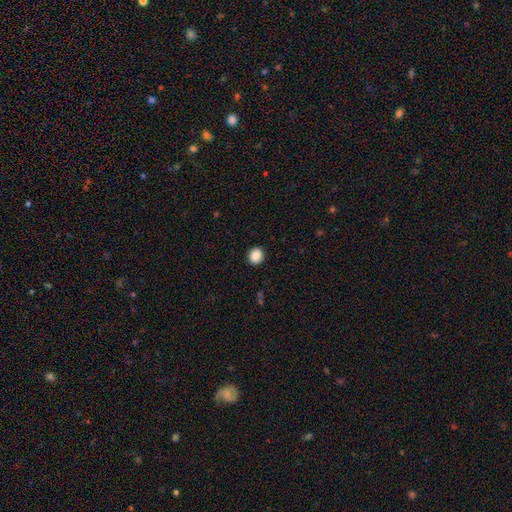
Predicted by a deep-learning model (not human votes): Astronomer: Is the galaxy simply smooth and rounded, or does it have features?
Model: smooth — 89%.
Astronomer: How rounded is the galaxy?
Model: round — 81%.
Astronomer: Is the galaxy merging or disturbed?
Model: none — 91%.